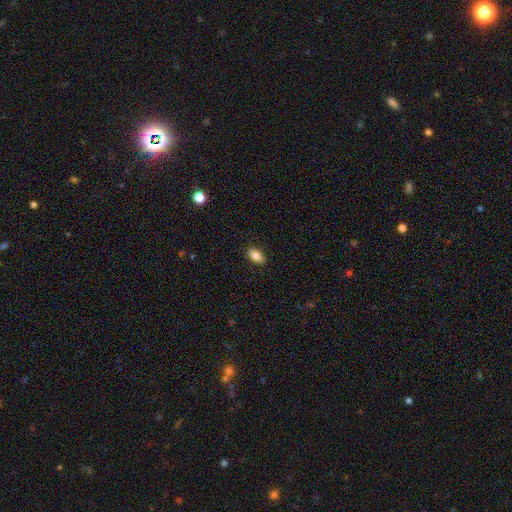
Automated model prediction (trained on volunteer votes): The model was most divided on "smooth or featured": smooth: 82%, featured or disk: 10%, star or artifact: 8%. More confident: how rounded — in between (91%); merging — none (88%).